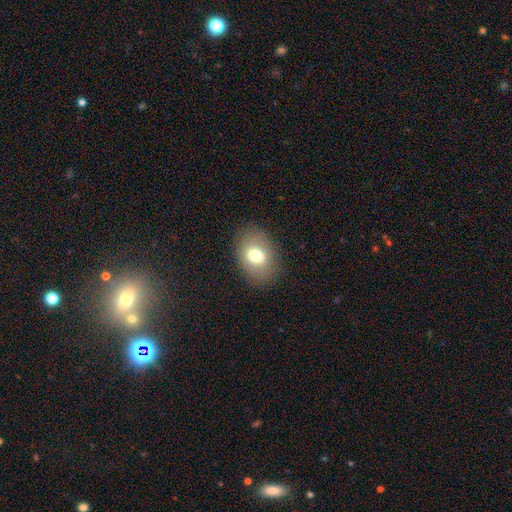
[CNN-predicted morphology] A smooth galaxy with no disk features (73%) that is in between round and cigar-shaped (68%).

Vote fractions:
- Smooth or featured? smooth: 73% / featured or disk: 17% / star or artifact: 10%
- How rounded? in between: 68% / round: 31% / cigar-shaped: 1%
- Merging? none: 85% / minor disturbance: 10% / major disturbance: 4% / merger: 1%